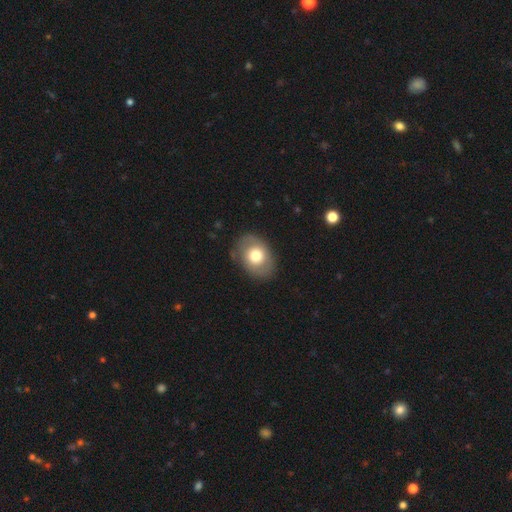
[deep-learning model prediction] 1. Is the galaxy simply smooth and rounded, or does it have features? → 65% smooth, 28% featured or disk, 7% star or artifact.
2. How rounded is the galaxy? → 66% in between, 33% round, 1% cigar-shaped.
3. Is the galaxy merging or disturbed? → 80% none, 14% minor disturbance, 5% major disturbance, 1% merger.